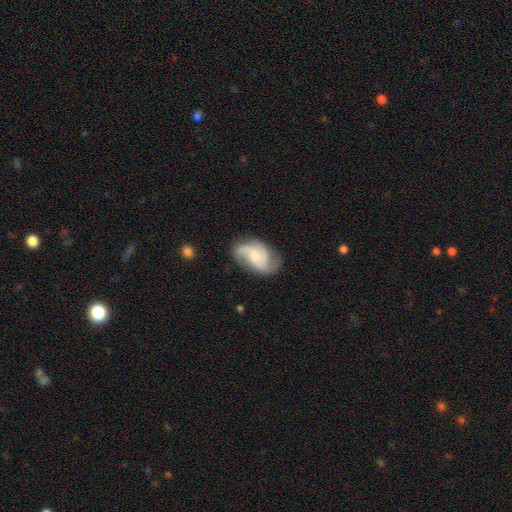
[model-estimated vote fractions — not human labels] Smooth or featured?
  - featured or disk: 71% *
  - smooth: 22%
  - star or artifact: 6%
Edge-on disk?
  - no: 98% *
  - yes: 2%
Bar?
  - no: 64% *
  - weak: 31%
  - strong: 5%
Spiral arms?
  - yes: 95% *
  - no: 5%
Spiral winding?
  - medium: 47% *
  - loose: 34%
  - tight: 19%
Spiral arm count?
  - 3: 40% *
  - 2: 38%
  - can't tell: 10%
  - 1: 5%
  - 4: 4%
  - more than 4: 3%
Bulge size?
  - small: 42% *
  - moderate: 26%
  - none: 24%
  - large: 7%
  - dominant: 2%
Merging?
  - none: 62% *
  - minor disturbance: 24%
  - major disturbance: 13%
  - merger: 2%